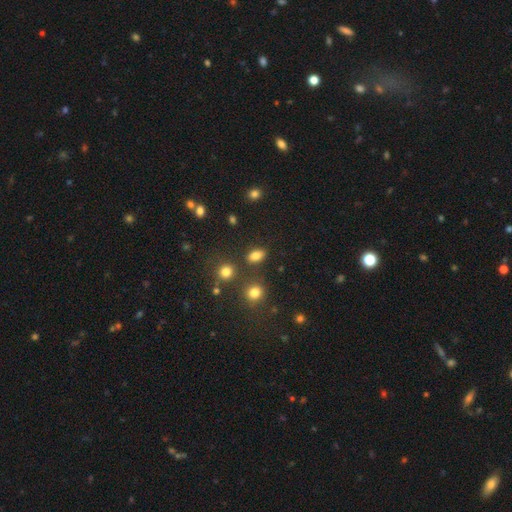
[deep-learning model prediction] Smooth or featured?
  - smooth: 82% *
  - star or artifact: 12%
  - featured or disk: 6%
How rounded?
  - in between: 83% *
  - round: 15%
  - cigar-shaped: 3%
Merging?
  - none: 80% *
  - minor disturbance: 10%
  - merger: 6%
  - major disturbance: 3%